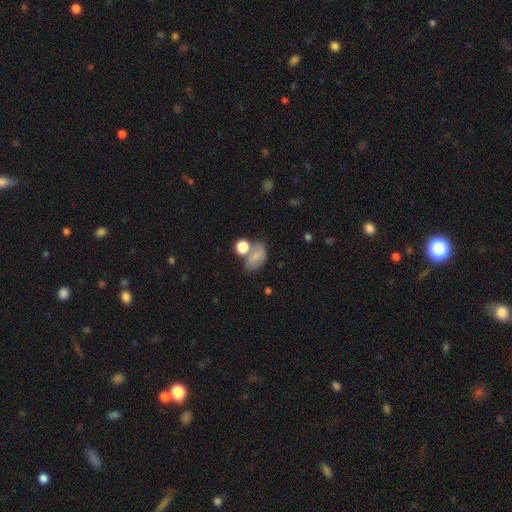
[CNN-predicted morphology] The model was most divided on "merging": none: 41%, merger: 28%, minor disturbance: 20%, major disturbance: 10%. More confident: how rounded — in between (76%); smooth or featured — smooth (70%).